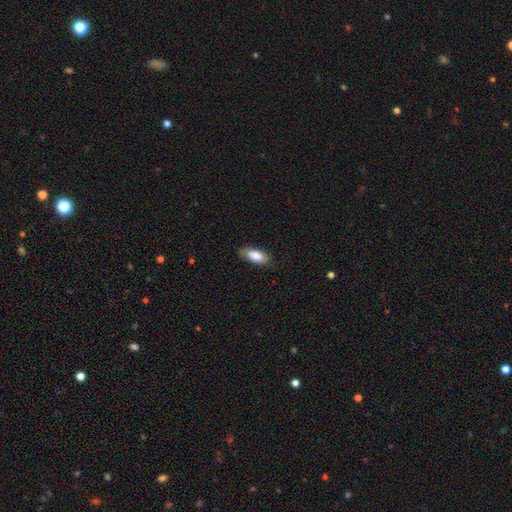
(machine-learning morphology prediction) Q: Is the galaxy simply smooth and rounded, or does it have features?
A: smooth — 83%.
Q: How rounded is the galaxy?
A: in between — 87%.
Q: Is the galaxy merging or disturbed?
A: none — 75%.